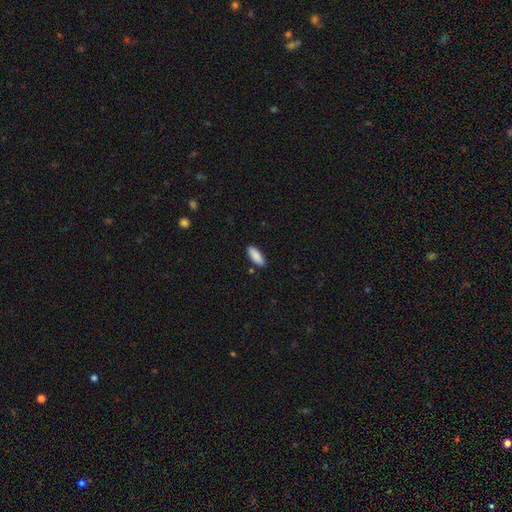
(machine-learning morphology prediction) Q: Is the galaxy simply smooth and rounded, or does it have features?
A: smooth — 89%.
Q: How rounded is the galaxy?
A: in between — 74%.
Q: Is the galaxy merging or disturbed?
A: none — 86%.